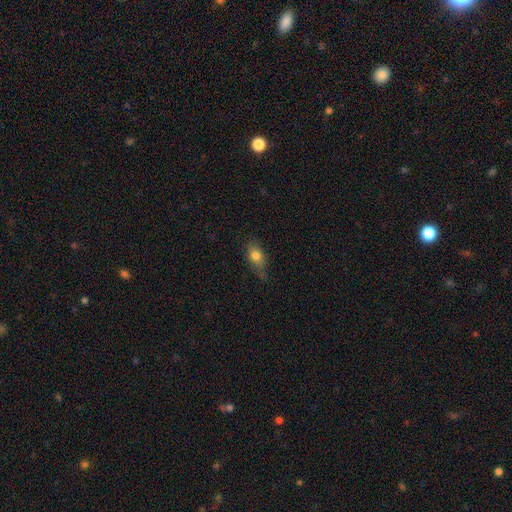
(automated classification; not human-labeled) Smooth or featured? Predicted: smooth (p=0.76). How rounded? Predicted: in between (p=0.76). Merging? Predicted: none (p=0.58).